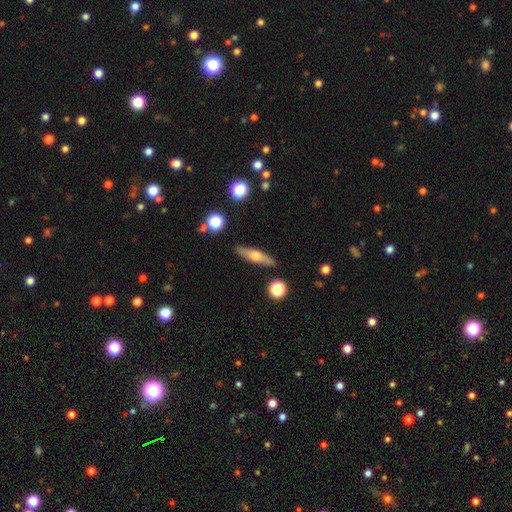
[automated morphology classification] Smooth or featured? featured or disk (47%)
Merging? none (87%)